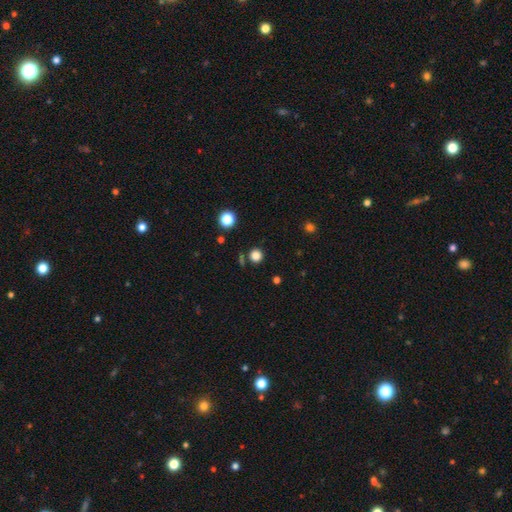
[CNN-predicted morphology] Smooth or featured? Predicted: smooth (p=0.82). How rounded? Predicted: round (p=0.94). Merging? Predicted: none (p=0.86).